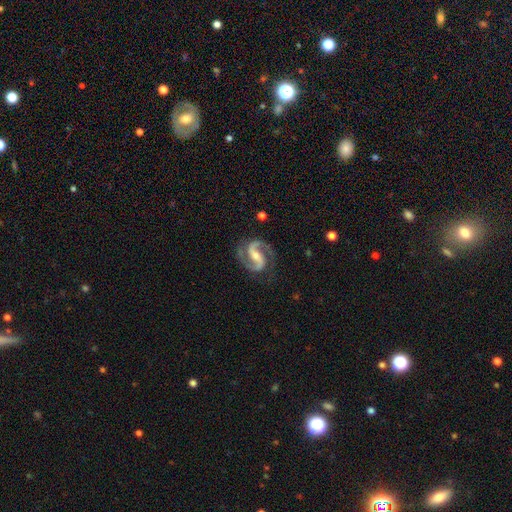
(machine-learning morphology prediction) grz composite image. It shows a featured or disk galaxy (93%) with a weak bar (40%), 2 (95%) medium (65%) spiral arms (99%) and a moderate central bulge (47%). Merging: none (83%).